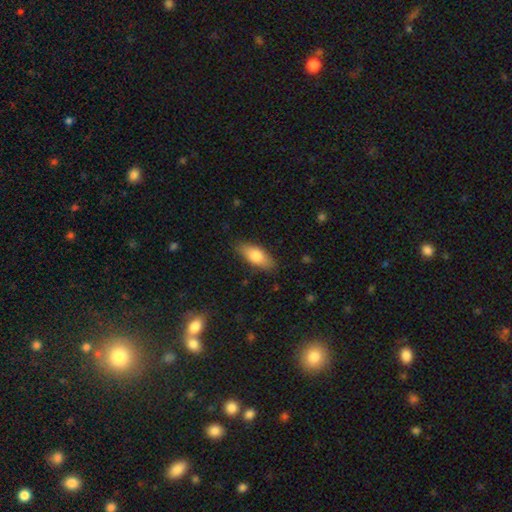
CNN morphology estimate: This is likely a smooth galaxy (79%). How rounded: clearly in between (80%). Merging: clearly none (84%).